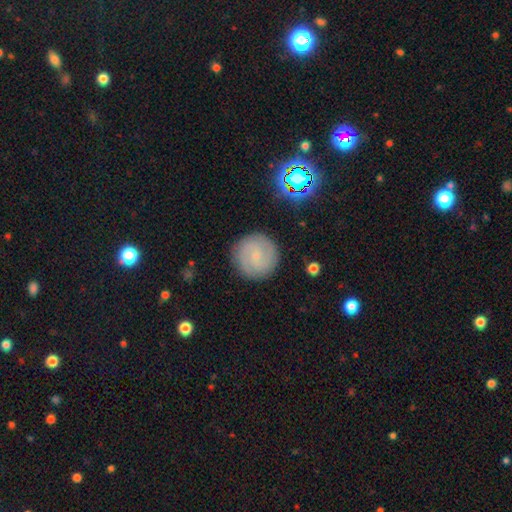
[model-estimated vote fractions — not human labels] smooth-or-featured: featured or disk: 58% | smooth: 33% | star or artifact: 9%
  disk-edge-on: no: 98% | yes: 2%
    bar: no: 59% | weak: 35% | strong: 6%
    has-spiral-arms: yes: 91% | no: 9%
      spiral-winding: tight: 59% | medium: 32% | loose: 9%
      spiral-arm-count: 2: 58% | can't tell: 19% | 3: 12% | 4: 4% | 1: 3% | more than 4: 3%
    bulge-size: small: 76% | none: 11% | moderate: 11% | large: 1% | dominant: 1%
  merging: none: 87% | minor disturbance: 9% | major disturbance: 3% | merger: 1%